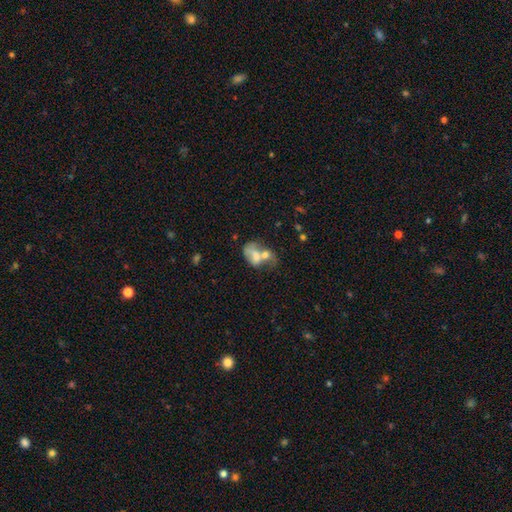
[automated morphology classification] Smooth or featured? Predicted: smooth (p=0.60). How rounded? Predicted: in between (p=0.80). Merging? Predicted: merger (p=0.59).